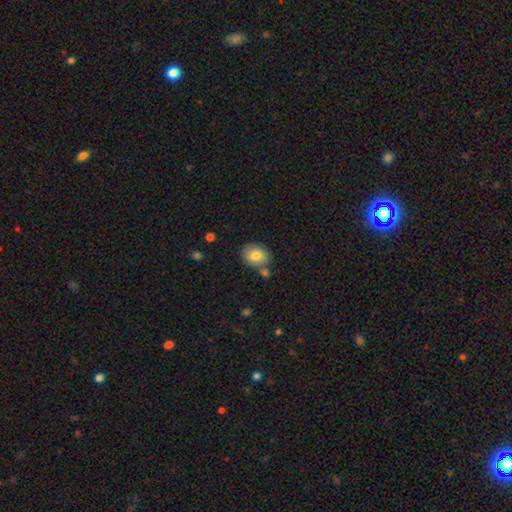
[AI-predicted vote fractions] Morphology: type=smooth (80%); roundness=in between (50%); merging=none (68%).